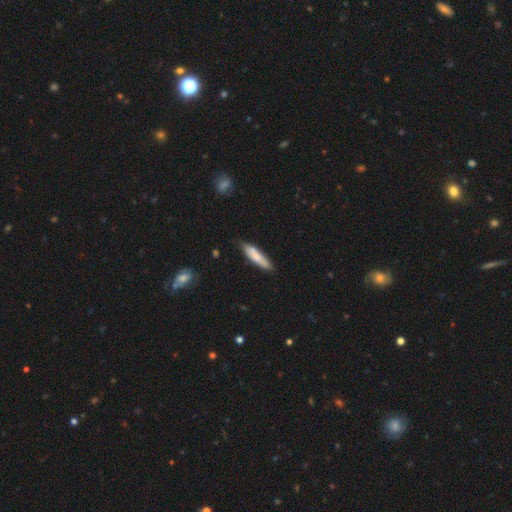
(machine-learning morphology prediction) Smooth or featured?
  - smooth: 70% *
  - featured or disk: 24%
  - star or artifact: 6%
How rounded?
  - cigar-shaped: 73% *
  - in between: 25%
  - round: 2%
Merging?
  - none: 75% *
  - minor disturbance: 19%
  - merger: 3%
  - major disturbance: 3%